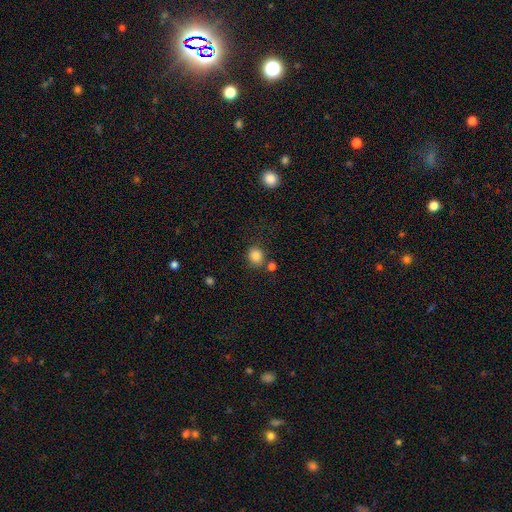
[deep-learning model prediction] Smooth or featured? smooth (85%)
How rounded? round (75%)
Merging? none (74%)